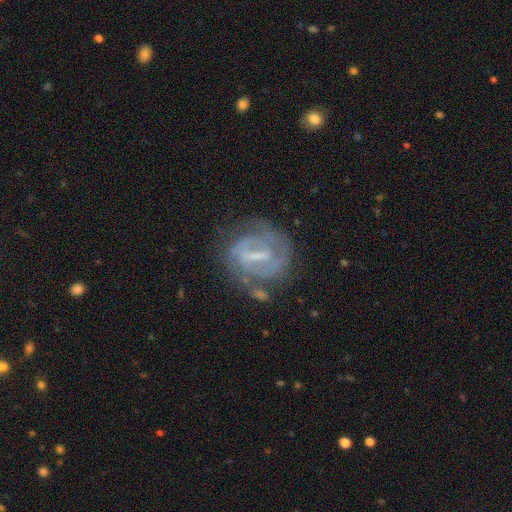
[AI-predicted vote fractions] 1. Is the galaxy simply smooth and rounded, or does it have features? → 81% featured or disk, 12% smooth, 8% star or artifact.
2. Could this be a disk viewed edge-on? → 96% no, 4% yes.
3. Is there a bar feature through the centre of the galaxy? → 57% strong, 34% weak, 9% no.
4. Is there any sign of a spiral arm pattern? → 82% yes, 18% no.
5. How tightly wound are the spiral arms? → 57% tight, 33% medium, 10% loose.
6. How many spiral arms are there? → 51% 2, 30% can't tell, 9% 3, 6% 1, 3% 4, 2% more than 4.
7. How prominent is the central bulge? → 44% small, 31% none, 21% moderate, 2% large, 1% dominant.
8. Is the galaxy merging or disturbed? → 64% none, 19% minor disturbance, 12% major disturbance, 5% merger.